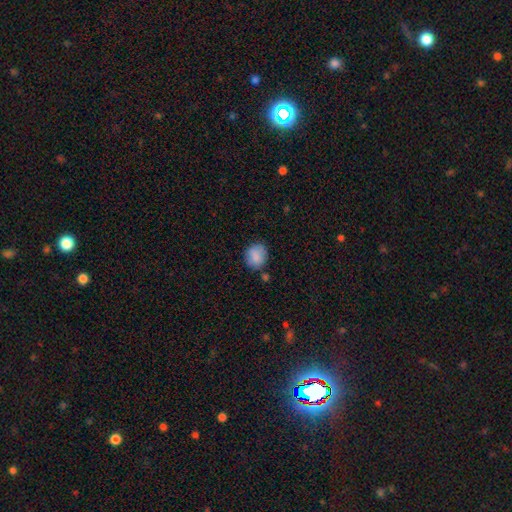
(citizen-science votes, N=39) A smooth galaxy with no disk features (90%) that is round (74%). Merging: none (69%).